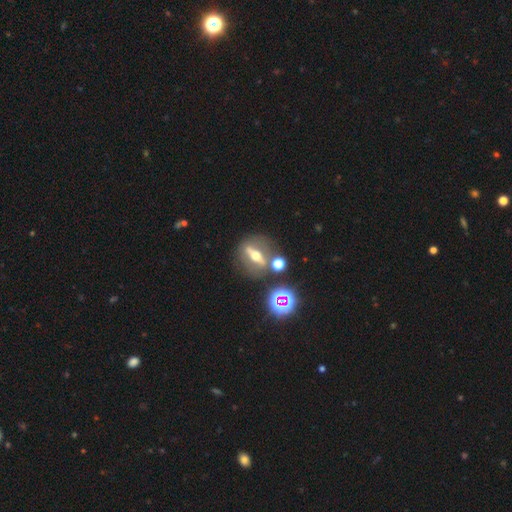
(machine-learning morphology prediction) The model was most divided on "edge-on disk": yes: 61%, no: 39%. More confident: merging — none (72%); smooth or featured — featured or disk (70%).